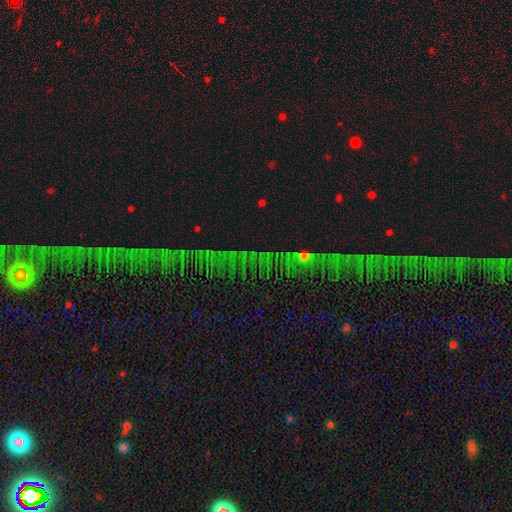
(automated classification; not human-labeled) A star or artifact, not a galaxy (73%).

Vote fractions:
- Smooth or featured? star or artifact: 73% / featured or disk: 16% / smooth: 11%